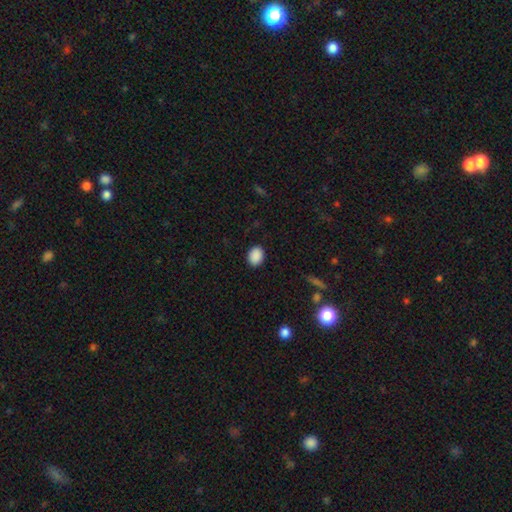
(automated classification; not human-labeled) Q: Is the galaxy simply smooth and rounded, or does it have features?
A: smooth — 89%.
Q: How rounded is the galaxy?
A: in between — 58%.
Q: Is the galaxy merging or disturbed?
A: none — 89%.